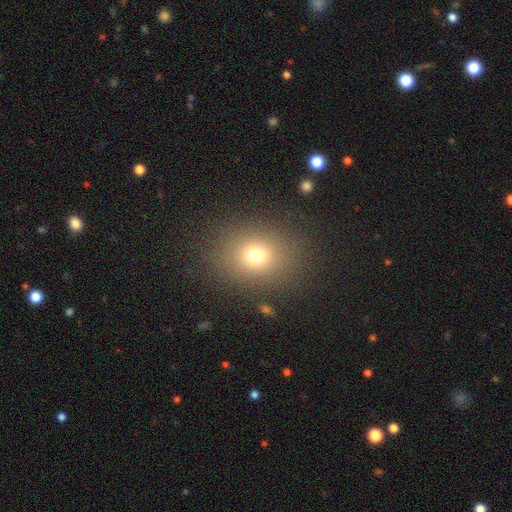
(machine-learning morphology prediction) Smooth or featured? Predicted: smooth (p=0.73). How rounded? Predicted: round (p=0.55). Merging? Predicted: none (p=0.85).